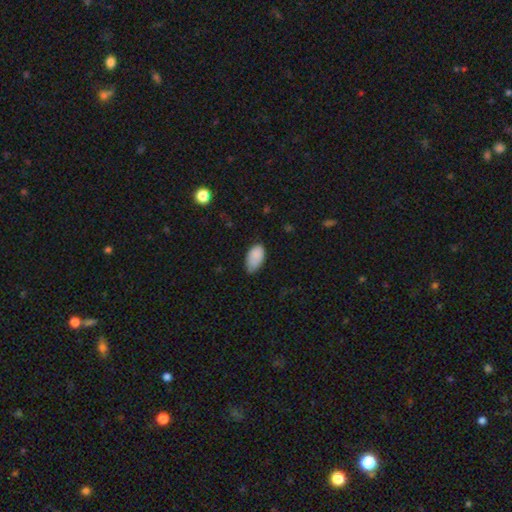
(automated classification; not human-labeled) Q: Smooth or featured?
A: smooth (86%); runner-up: star or artifact (8%)
Q: How rounded?
A: in between (94%); runner-up: round (4%)
Q: Merging?
A: none (48%); runner-up: minor disturbance (43%)